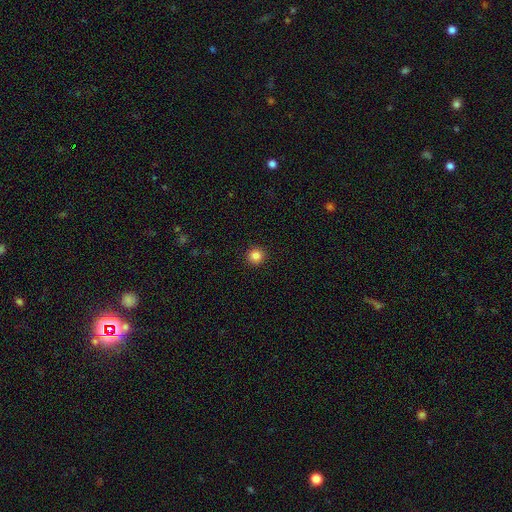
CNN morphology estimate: type=smooth (85%); roundness=round (96%); merging=none (93%).